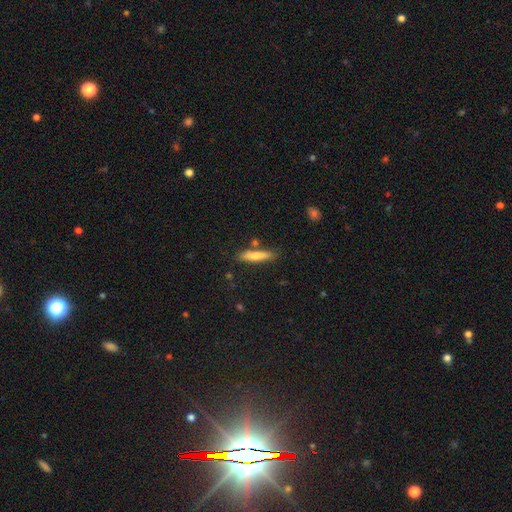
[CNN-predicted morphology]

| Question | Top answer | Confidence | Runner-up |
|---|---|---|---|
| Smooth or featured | smooth | 74% | featured or disk (20%) |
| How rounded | cigar-shaped | 87% | in between (11%) |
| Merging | none | 80% | minor disturbance (12%) |